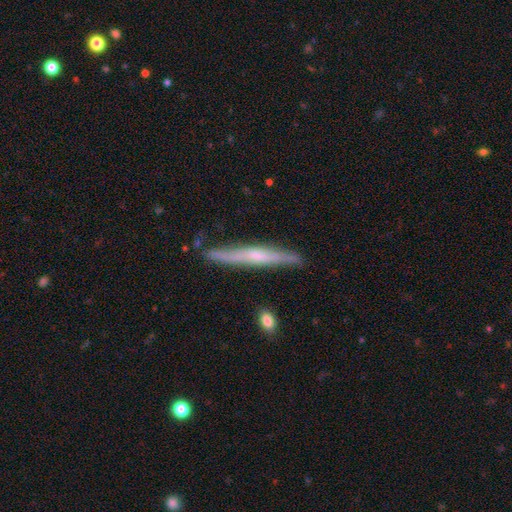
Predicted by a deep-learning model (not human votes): Smooth or featured: featured or disk — 60% (smooth — 34%)
Edge-on disk: yes — 92% (no — 8%)
Edge-on bulge: rounded — 51% (none — 39%)
Merging: none — 77% (minor disturbance — 17%)